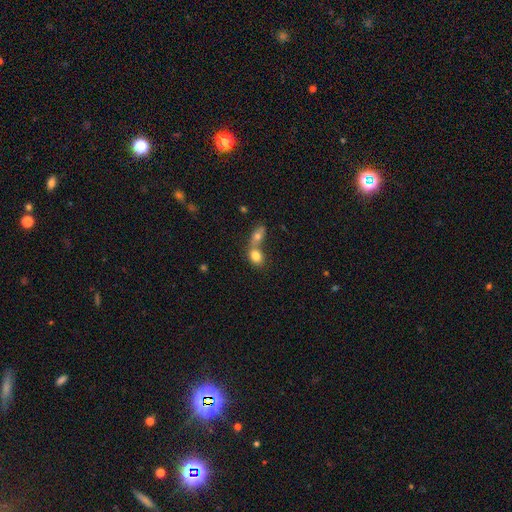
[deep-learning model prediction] The model was most divided on "how rounded": in between: 58%, round: 39%, cigar-shaped: 2%. More confident: smooth or featured — smooth (79%); merging — merger (62%).